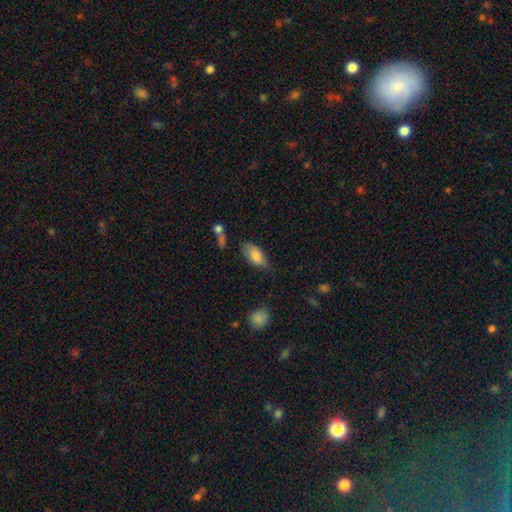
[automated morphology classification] Q: Smooth or featured?
A: smooth (81%); runner-up: featured or disk (12%)
Q: How rounded?
A: in between (88%); runner-up: cigar-shaped (9%)
Q: Merging?
A: none (60%); runner-up: minor disturbance (29%)